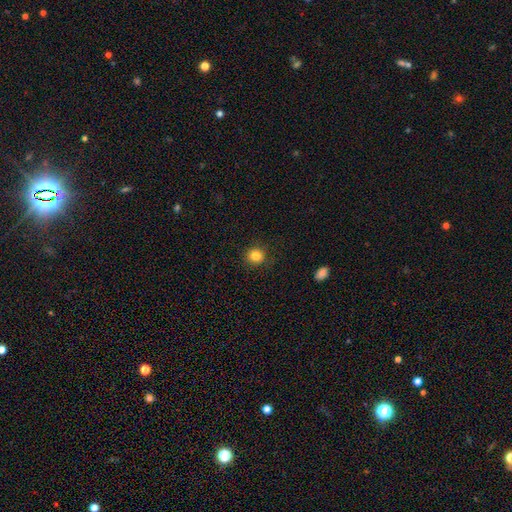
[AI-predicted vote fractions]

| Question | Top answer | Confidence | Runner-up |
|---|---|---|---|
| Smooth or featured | smooth | 84% | star or artifact (11%) |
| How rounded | round | 90% | in between (9%) |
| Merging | none | 89% | minor disturbance (7%) |